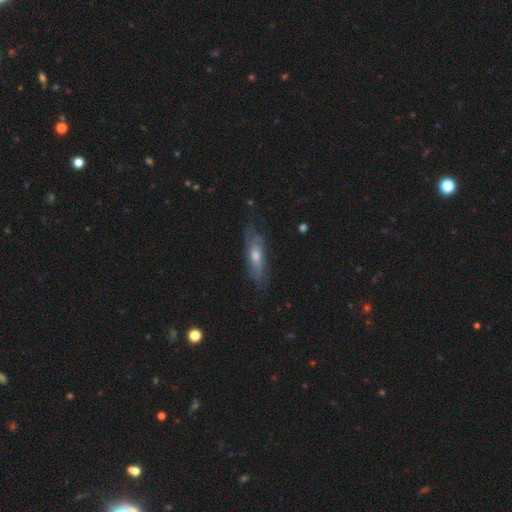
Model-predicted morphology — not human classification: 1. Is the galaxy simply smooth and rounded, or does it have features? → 54% featured or disk, 37% smooth, 8% star or artifact.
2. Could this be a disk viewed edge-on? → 57% no, 43% yes.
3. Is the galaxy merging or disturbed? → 68% none, 22% minor disturbance, 8% major disturbance, 2% merger.